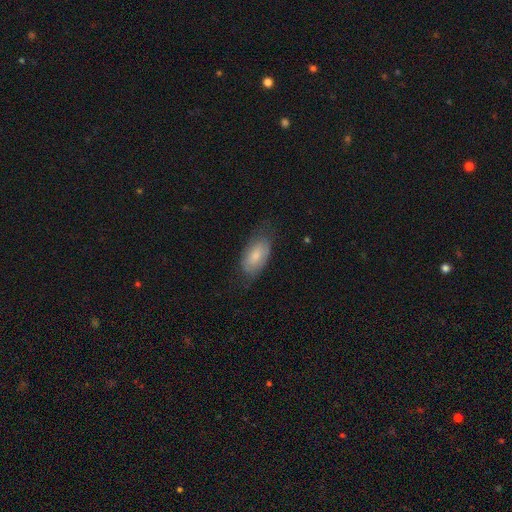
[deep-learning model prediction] Q: Smooth or featured?
A: smooth (67%); runner-up: featured or disk (27%)
Q: How rounded?
A: in between (93%); runner-up: cigar-shaped (4%)
Q: Merging?
A: none (63%); runner-up: minor disturbance (27%)